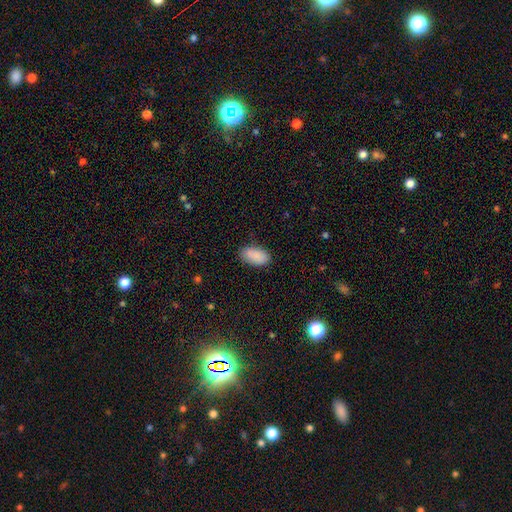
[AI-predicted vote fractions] A smooth galaxy with no disk features (89%) that is in between round and cigar-shaped (94%).

Vote fractions:
- Smooth or featured? smooth: 89% / star or artifact: 7% / featured or disk: 4%
- How rounded? in between: 94% / round: 3% / cigar-shaped: 2%
- Merging? none: 83% / minor disturbance: 13% / major disturbance: 3% / merger: 1%